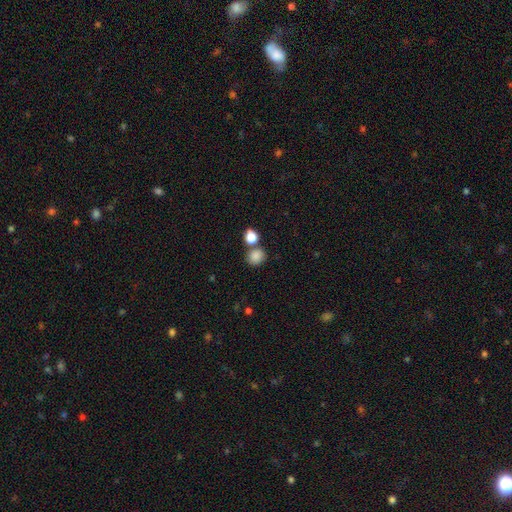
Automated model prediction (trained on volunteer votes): A smooth galaxy with no disk features (85%) that is round (68%).

Vote fractions:
- Smooth or featured? smooth: 85% / star or artifact: 10% / featured or disk: 5%
- How rounded? round: 68% / in between: 31% / cigar-shaped: 1%
- Merging? none: 63% / merger: 23% / minor disturbance: 10% / major disturbance: 4%